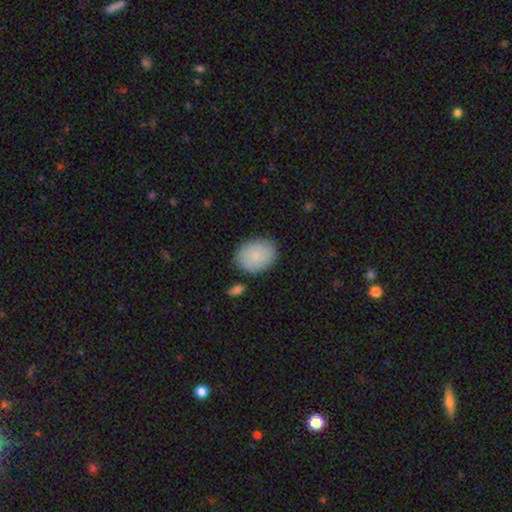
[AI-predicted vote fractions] Morphology: type=smooth (86%); roundness=in between (67%); merging=none (82%).